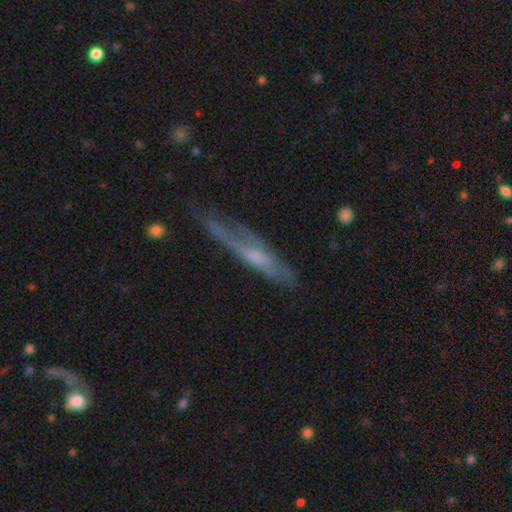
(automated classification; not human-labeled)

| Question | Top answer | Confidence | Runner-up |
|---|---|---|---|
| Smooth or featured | featured or disk | 56% | smooth (37%) |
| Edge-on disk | yes | 68% | no (32%) |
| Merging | none | 51% | minor disturbance (29%) |